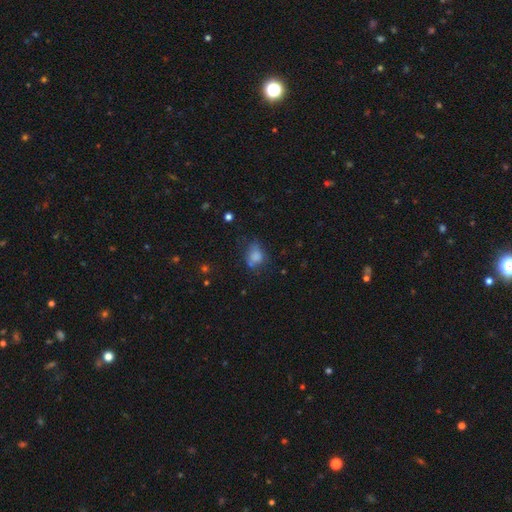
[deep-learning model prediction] A smooth galaxy with no disk features (71%) that is in between round and cigar-shaped (59%).

Vote fractions:
- Smooth or featured? smooth: 71% / star or artifact: 16% / featured or disk: 14%
- How rounded? in between: 59% / round: 39% / cigar-shaped: 2%
- Merging? none: 49% / minor disturbance: 27% / major disturbance: 16% / merger: 8%